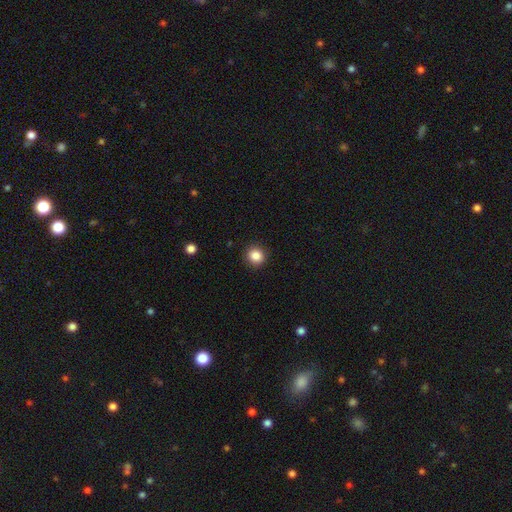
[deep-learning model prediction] Q: Smooth or featured?
A: smooth (85%); runner-up: star or artifact (11%)
Q: How rounded?
A: round (90%); runner-up: in between (9%)
Q: Merging?
A: none (92%); runner-up: minor disturbance (6%)